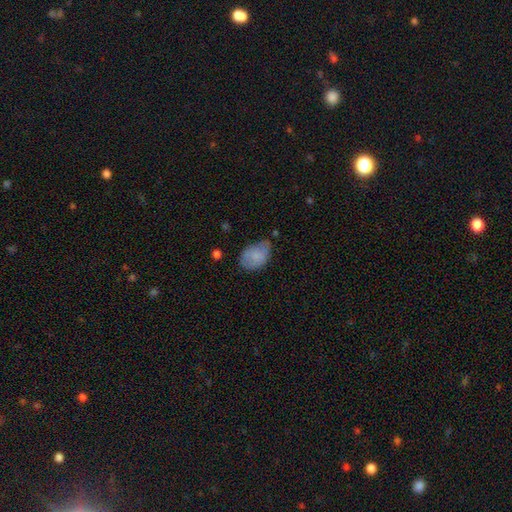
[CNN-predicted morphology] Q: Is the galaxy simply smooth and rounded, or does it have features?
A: smooth — 81%.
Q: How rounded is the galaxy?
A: in between — 86%.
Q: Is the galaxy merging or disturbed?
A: none — 49%.